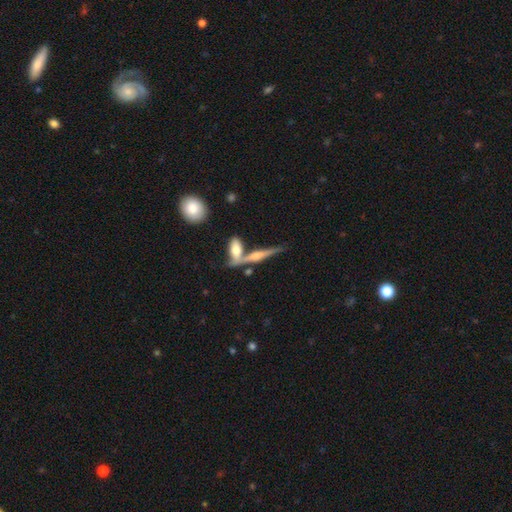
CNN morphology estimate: The model was most divided on "merging": none: 56%, merger: 28%, minor disturbance: 11%, major disturbance: 5%. More confident: edge-on disk — yes (93%); edge-on bulge — rounded (84%); smooth or featured — featured or disk (64%).